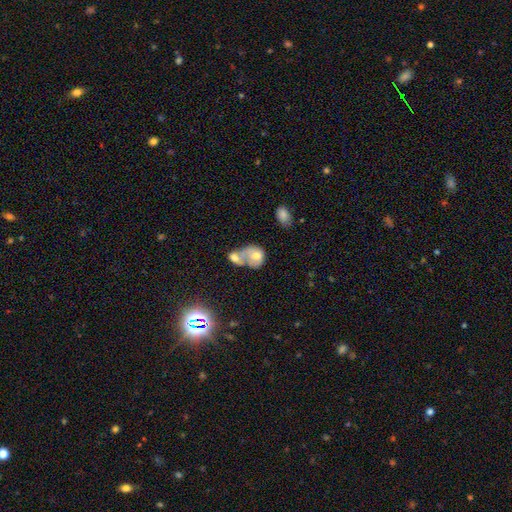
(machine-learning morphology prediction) Smooth or featured? smooth (60%)
How rounded? in between (50%)
Merging? merger (69%)